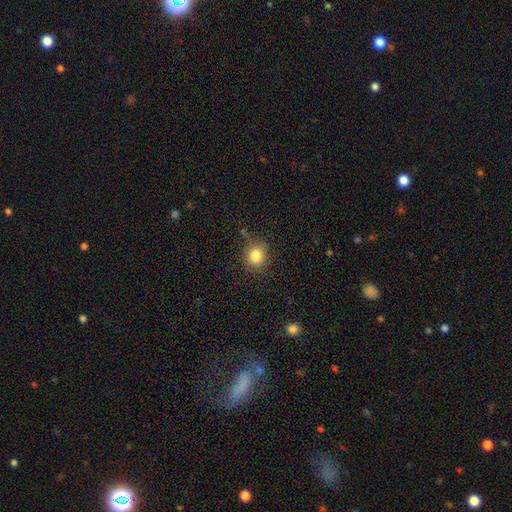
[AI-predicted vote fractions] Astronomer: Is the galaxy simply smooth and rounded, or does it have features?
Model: smooth — 84%.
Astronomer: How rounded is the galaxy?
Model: round — 77%.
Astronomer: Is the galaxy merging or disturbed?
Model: none — 76%.